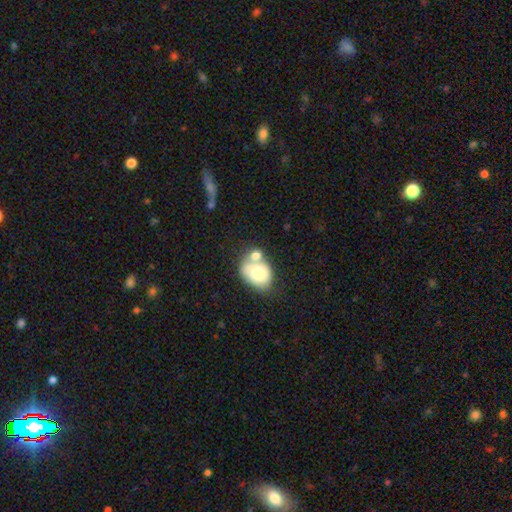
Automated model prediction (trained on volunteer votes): smooth_or_featured: smooth (p=0.68) [alt: featured or disk p=0.25]
how_rounded: in between (p=0.63) [alt: round p=0.36]
merging: merger (p=0.44) [alt: none p=0.34]